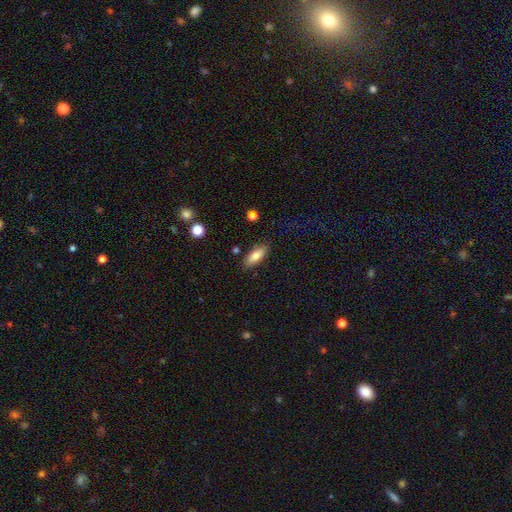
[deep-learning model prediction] A smooth galaxy with no disk features (79%) that is in between round and cigar-shaped (74%).

Vote fractions:
- Smooth or featured? smooth: 79% / featured or disk: 14% / star or artifact: 7%
- How rounded? in between: 74% / cigar-shaped: 24% / round: 2%
- Merging? none: 84% / minor disturbance: 11% / major disturbance: 3% / merger: 2%